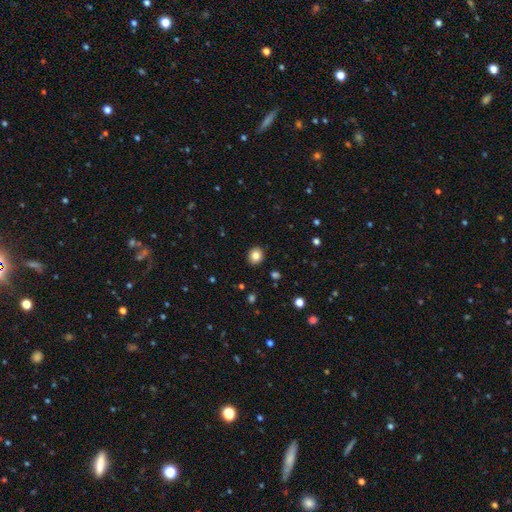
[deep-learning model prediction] Q: Smooth or featured?
A: smooth (83%); runner-up: star or artifact (10%)
Q: How rounded?
A: round (71%); runner-up: in between (28%)
Q: Merging?
A: none (91%); runner-up: minor disturbance (6%)